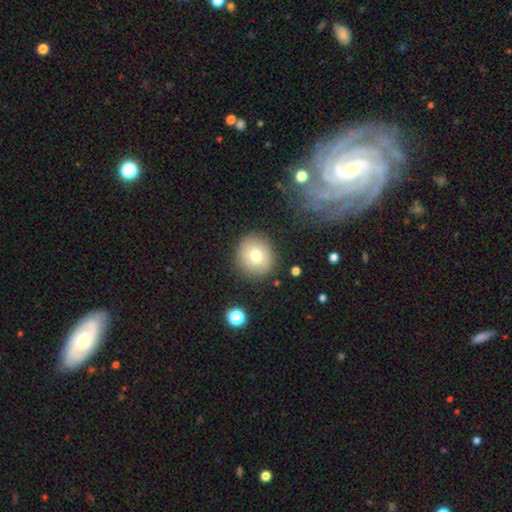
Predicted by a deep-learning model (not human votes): smooth 74%, featured or disk 15%, star or artifact 11%. Down the decision tree: how rounded — round (88%); merging — none (87%).